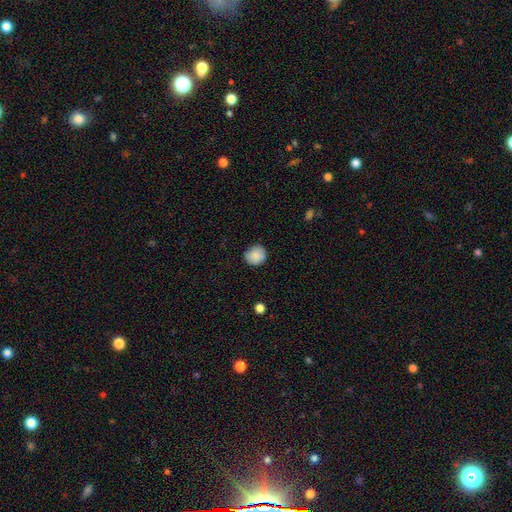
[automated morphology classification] This is clearly a smooth galaxy (85%). How rounded: clearly round (84%). Merging: likely none (79%).